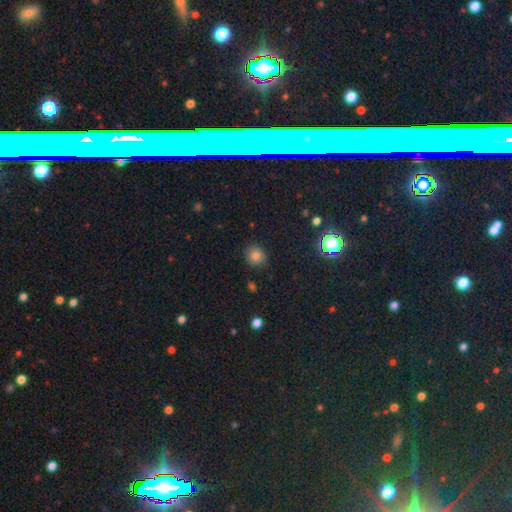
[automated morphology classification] This is clearly a smooth galaxy (80%). How rounded: clearly round (85%). Merging: clearly none (87%).